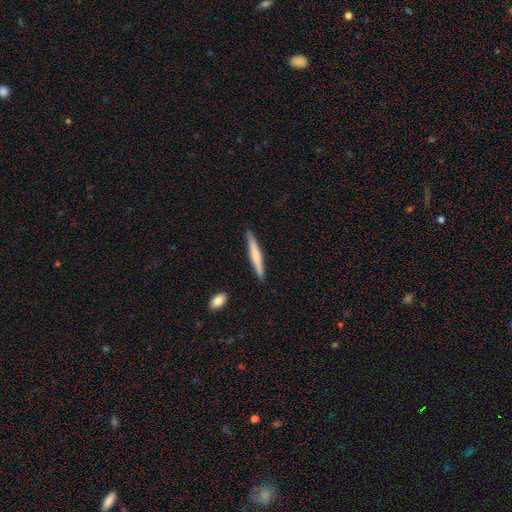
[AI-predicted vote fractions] Smooth or featured?
  - smooth: 59% *
  - featured or disk: 35%
  - star or artifact: 6%
How rounded?
  - cigar-shaped: 95% *
  - in between: 4%
  - round: 1%
Merging?
  - none: 89% *
  - minor disturbance: 8%
  - merger: 2%
  - major disturbance: 2%